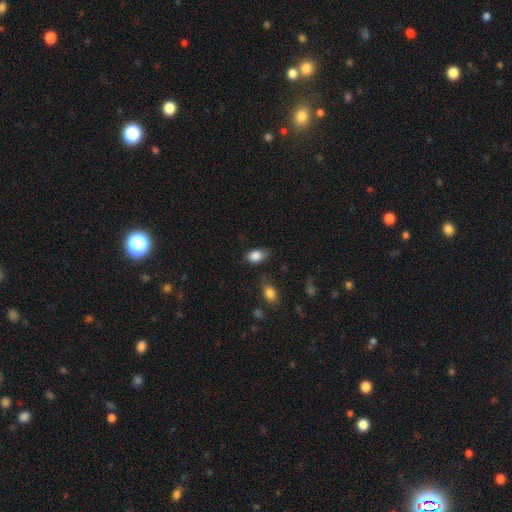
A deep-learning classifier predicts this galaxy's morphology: A smooth galaxy with no disk features (86%) that is in between round and cigar-shaped (82%). Merging: none (65%).